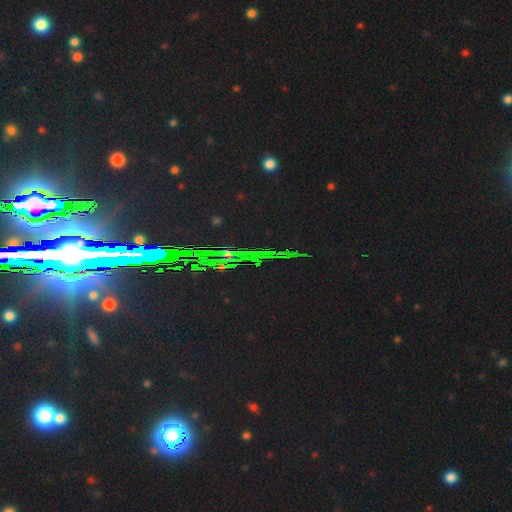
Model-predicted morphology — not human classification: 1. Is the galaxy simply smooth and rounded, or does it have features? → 83% star or artifact, 10% smooth, 8% featured or disk.